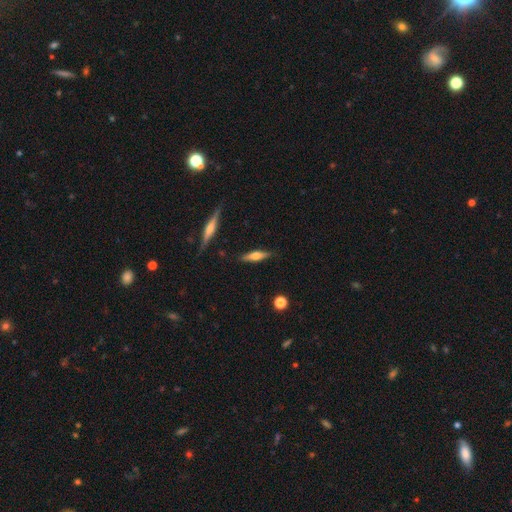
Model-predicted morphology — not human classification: Smooth or featured?
  - featured or disk: 50% *
  - smooth: 44%
  - star or artifact: 6%
Merging?
  - none: 86% *
  - minor disturbance: 10%
  - major disturbance: 2%
  - merger: 2%